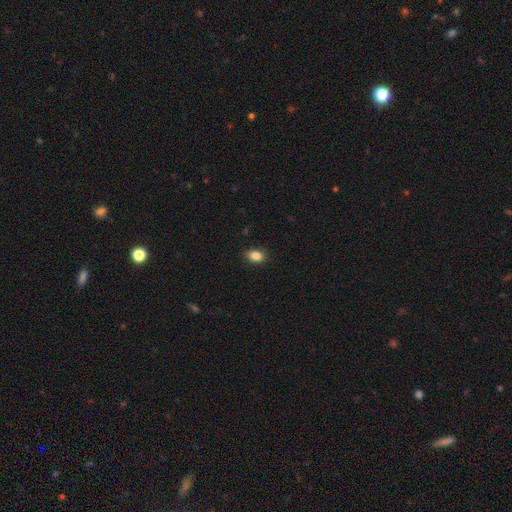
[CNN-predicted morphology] Smooth or featured: smooth — 86% (star or artifact — 9%)
How rounded: in between — 81% (round — 17%)
Merging: none — 86% (minor disturbance — 11%)